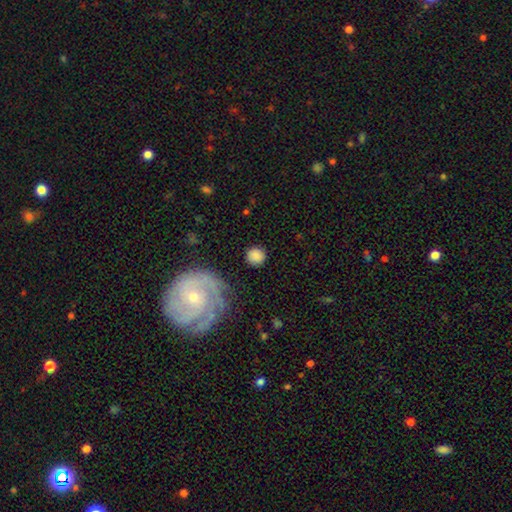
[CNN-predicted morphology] Smooth or featured? smooth (82%)
How rounded? round (91%)
Merging? none (86%)